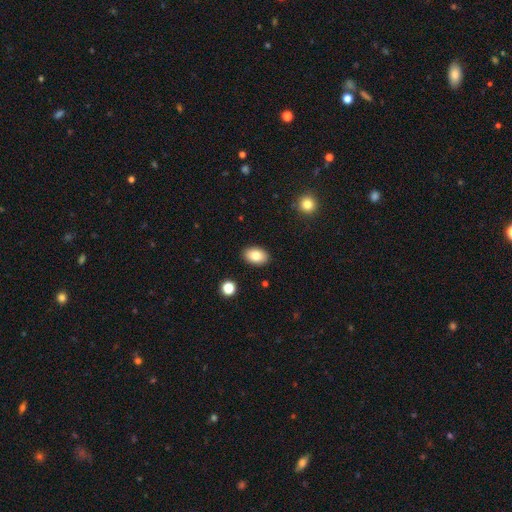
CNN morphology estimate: smooth 82%, featured or disk 10%, star or artifact 8%. Down the decision tree: how rounded — in between (89%); merging — none (89%).